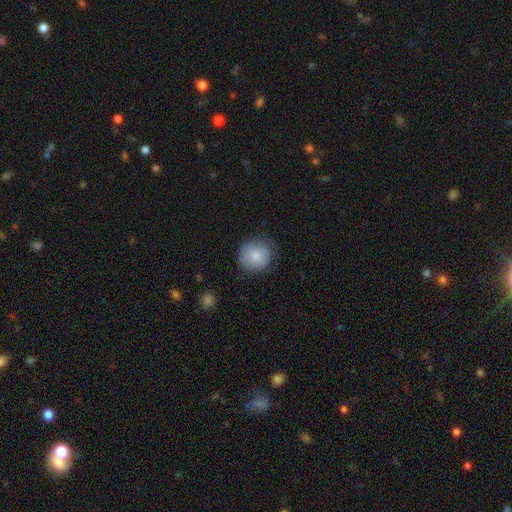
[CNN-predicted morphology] type=smooth (82%); roundness=round (88%); merging=none (78%).